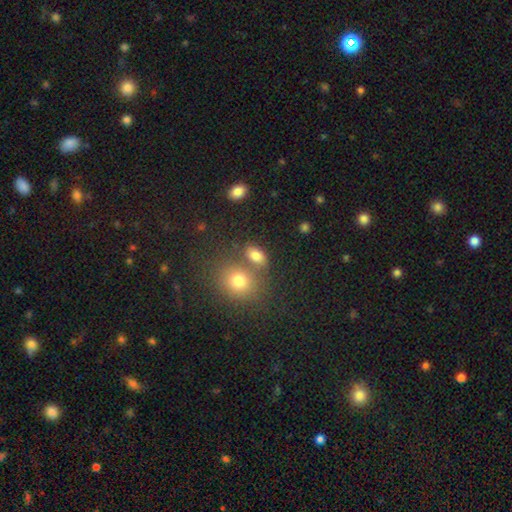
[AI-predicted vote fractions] A smooth galaxy with no disk features (78%) that is in between round and cigar-shaped (82%). Merging: none (57%).